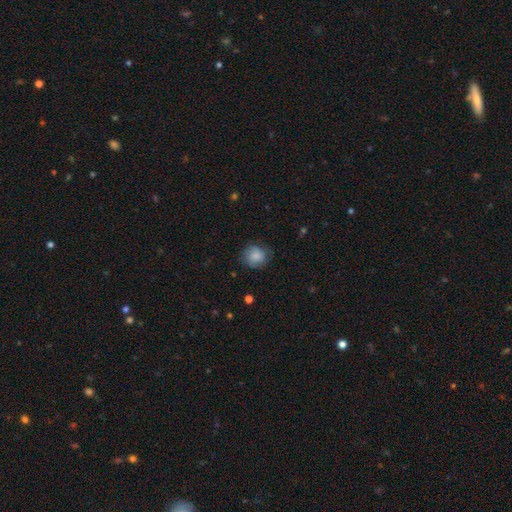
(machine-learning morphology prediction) Overall: smooth (84%). How rounded: round (86%). Merging: none (75%).